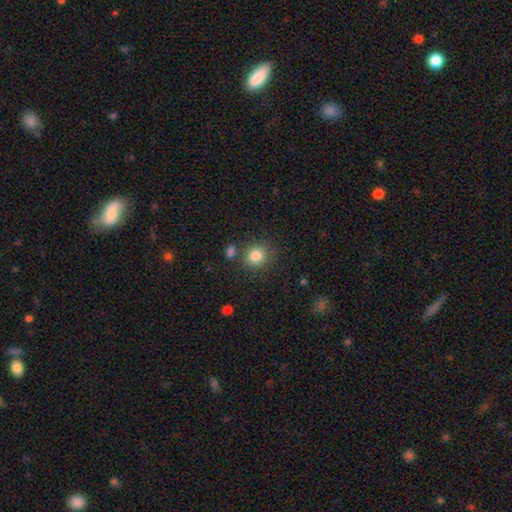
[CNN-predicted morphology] smooth 83%, star or artifact 11%, featured or disk 6%. Down the decision tree: how rounded — round (86%); merging — none (78%).